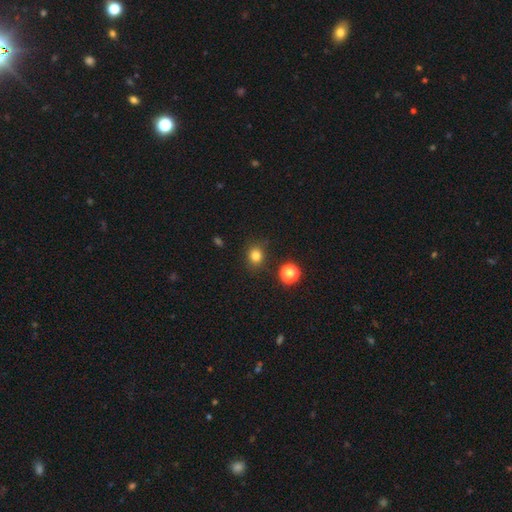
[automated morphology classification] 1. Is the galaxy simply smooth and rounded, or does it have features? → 81% smooth, 14% star or artifact, 5% featured or disk.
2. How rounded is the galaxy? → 74% round, 25% in between, 1% cigar-shaped.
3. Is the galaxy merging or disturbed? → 84% none, 10% minor disturbance, 3% major disturbance, 3% merger.